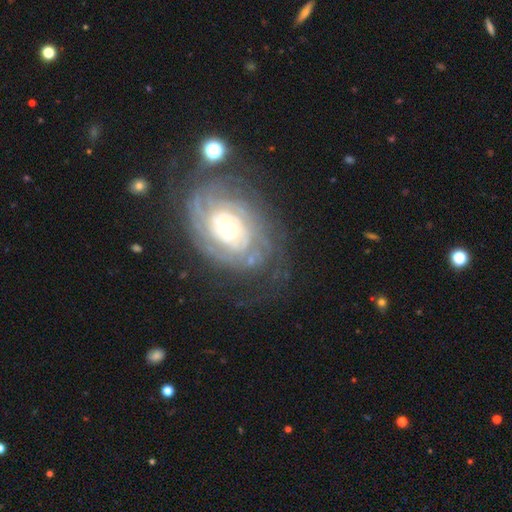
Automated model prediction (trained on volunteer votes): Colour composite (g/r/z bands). It shows a featured or disk galaxy (83%) with no bar (68%), tight (74%) spiral arms (91%) and a moderate central bulge (47%). Merging: none (71%).